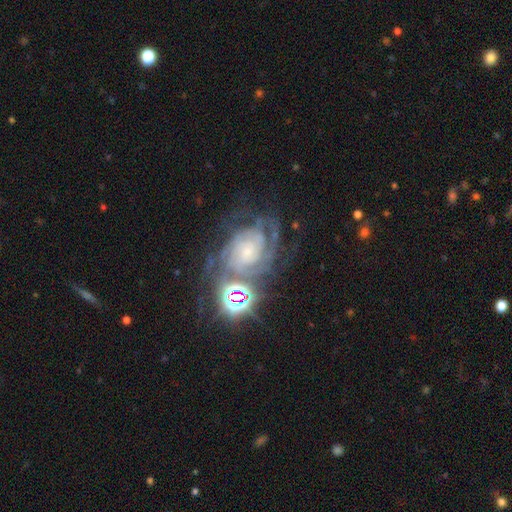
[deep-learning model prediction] This is likely a featured or disk galaxy (77%). It is clearly not viewed edge-on (97%). Bar: likely no (71%). Spiral arm pattern: clearly yes (95%). Spiral arm count: marginally can't tell (34%). Spiral winding: likely tight (69%). Central bulge: likely small (67%). Merging: possibly none (59%).